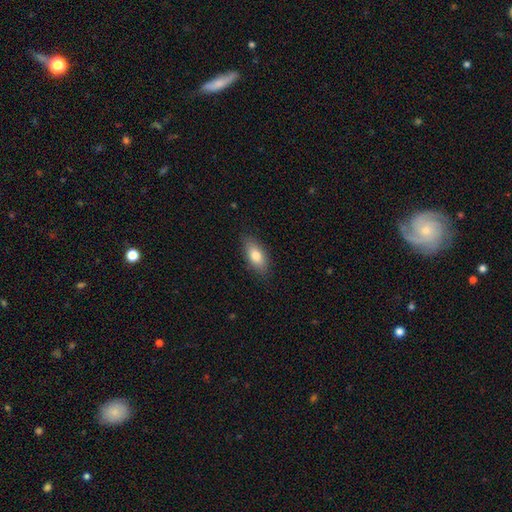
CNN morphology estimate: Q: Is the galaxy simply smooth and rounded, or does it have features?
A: smooth — 78%.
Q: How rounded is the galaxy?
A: in between — 84%.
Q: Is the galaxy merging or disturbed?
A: none — 85%.